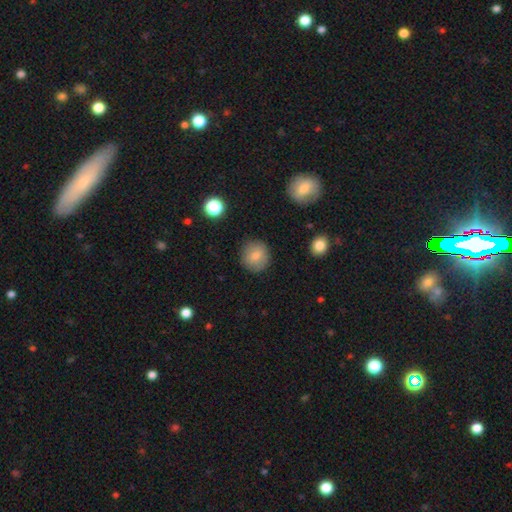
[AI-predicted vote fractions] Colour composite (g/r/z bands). It shows a smooth galaxy with no disk features (80%) that is round (91%). Merging: none (88%).